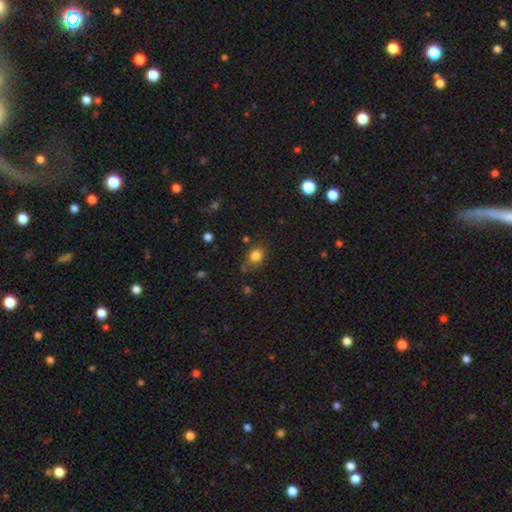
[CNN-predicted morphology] Smooth or featured?
  - smooth: 83% *
  - star or artifact: 11%
  - featured or disk: 6%
How rounded?
  - round: 51% *
  - in between: 48%
  - cigar-shaped: 1%
Merging?
  - none: 73% *
  - minor disturbance: 17%
  - major disturbance: 5%
  - merger: 5%